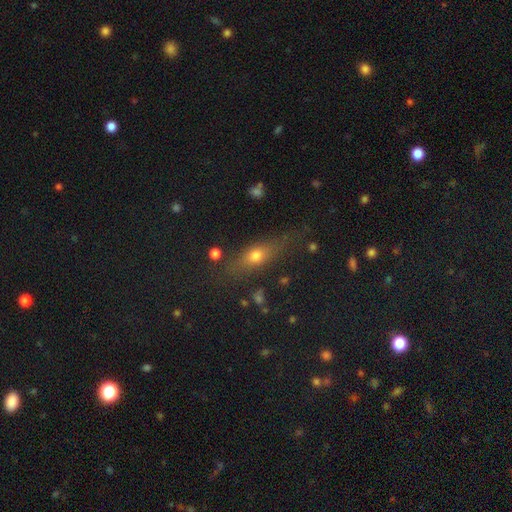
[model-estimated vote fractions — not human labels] smooth 57%, featured or disk 27%, star or artifact 16%. Down the decision tree: how rounded — in between (46%); merging — none (72%).